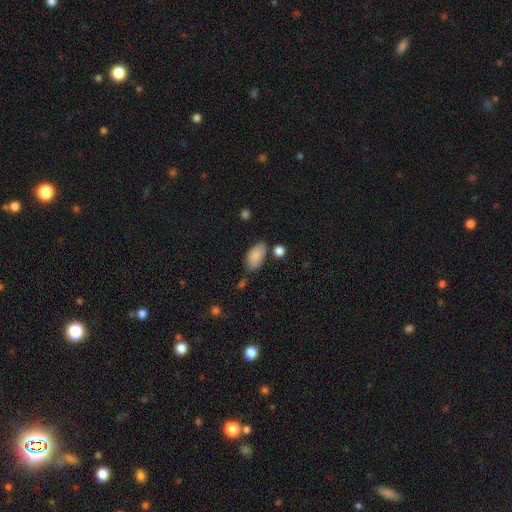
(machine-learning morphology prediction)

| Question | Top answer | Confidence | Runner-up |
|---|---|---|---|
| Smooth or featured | smooth | 86% | star or artifact (7%) |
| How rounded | in between | 93% | cigar-shaped (4%) |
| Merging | none | 65% | minor disturbance (21%) |